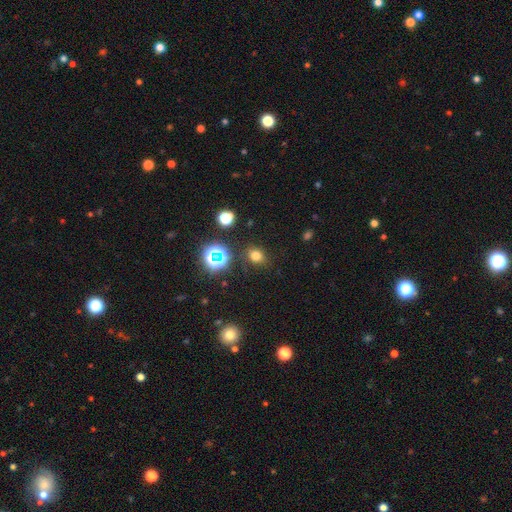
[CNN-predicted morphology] Smooth or featured?
  - smooth: 71% *
  - star or artifact: 22%
  - featured or disk: 6%
How rounded?
  - round: 60% *
  - in between: 39%
  - cigar-shaped: 1%
Merging?
  - none: 84% *
  - minor disturbance: 10%
  - major disturbance: 3%
  - merger: 2%